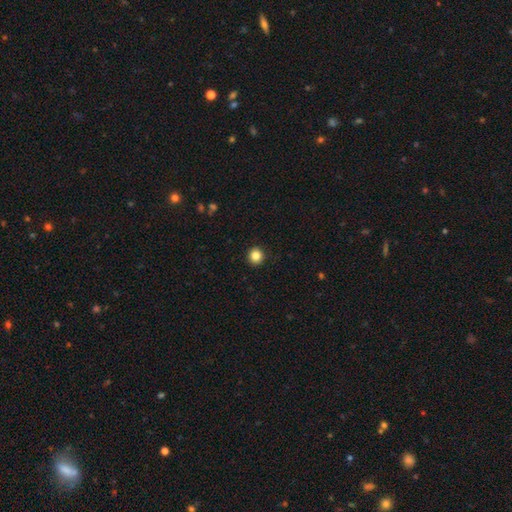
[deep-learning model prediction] This is clearly a smooth galaxy (85%). How rounded: clearly round (93%). Merging: clearly none (93%).